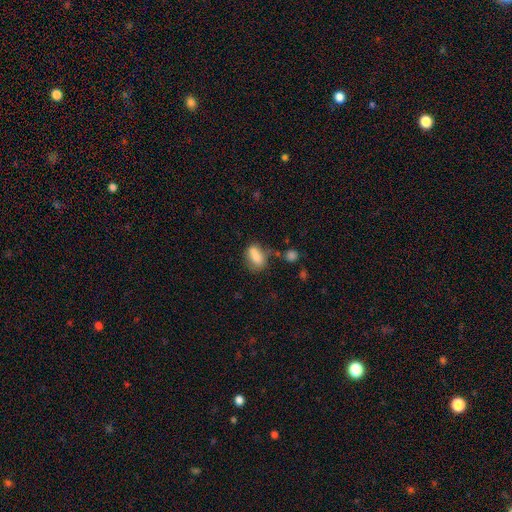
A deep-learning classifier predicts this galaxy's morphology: smooth-or-featured: smooth: 77% | featured or disk: 13% | star or artifact: 10%
  how-rounded: in between: 81% | round: 15% | cigar-shaped: 5%
  merging: none: 44% | merger: 24% | minor disturbance: 22% | major disturbance: 10%